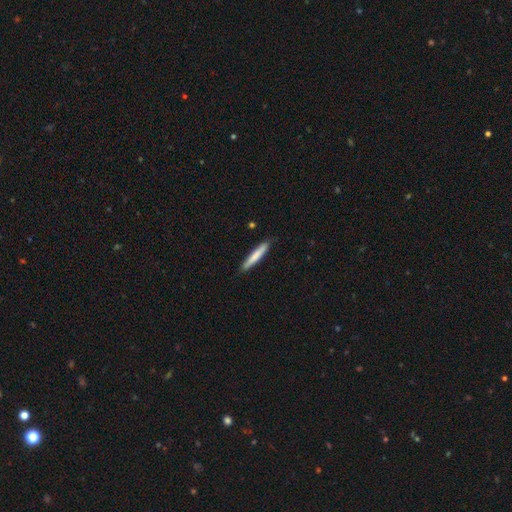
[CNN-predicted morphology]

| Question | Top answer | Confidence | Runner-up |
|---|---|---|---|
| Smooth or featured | smooth | 74% | featured or disk (21%) |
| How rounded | cigar-shaped | 94% | in between (5%) |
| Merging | none | 87% | minor disturbance (10%) |